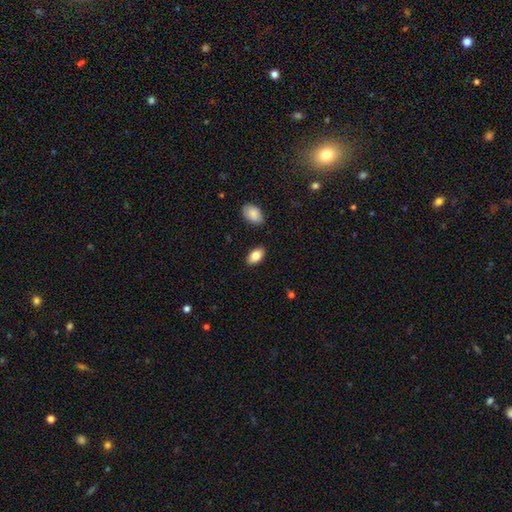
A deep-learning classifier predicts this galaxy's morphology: Smooth or featured?
  - smooth: 82% *
  - featured or disk: 11%
  - star or artifact: 7%
How rounded?
  - in between: 93% *
  - round: 5%
  - cigar-shaped: 2%
Merging?
  - none: 87% *
  - minor disturbance: 9%
  - major disturbance: 2%
  - merger: 2%